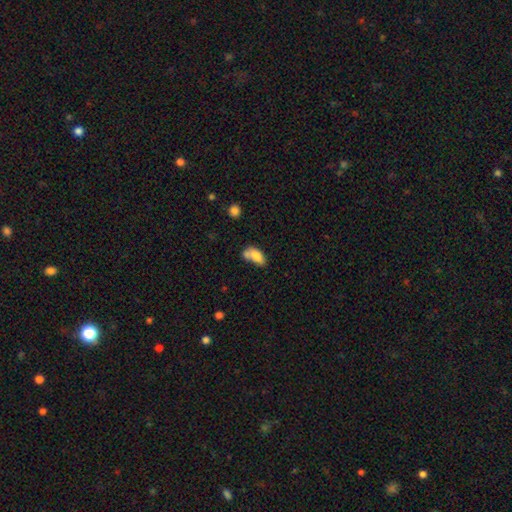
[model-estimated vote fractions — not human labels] Overall: smooth (77%). How rounded: in between (89%). Merging: merger (45%; none 29%).